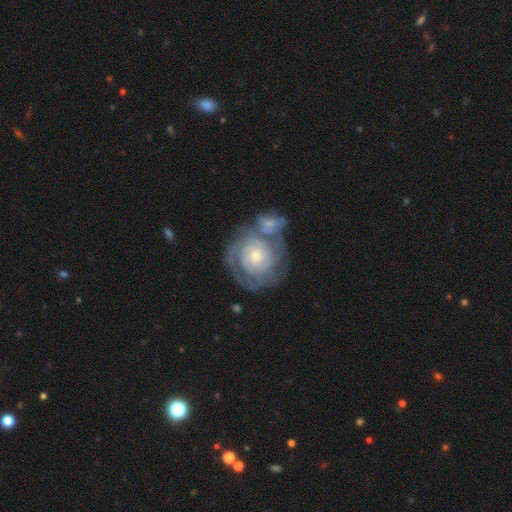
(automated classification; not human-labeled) Overall: featured or disk (83%). Edge-on disk: no (97%). Bar: no (80%). Spiral arms: yes (92%). Spiral arm count: can't tell (44%; 2 18%). Spiral winding: tight (80%). Bulge size: small (57%; moderate 38%). Merging: none (46%; merger 34%).